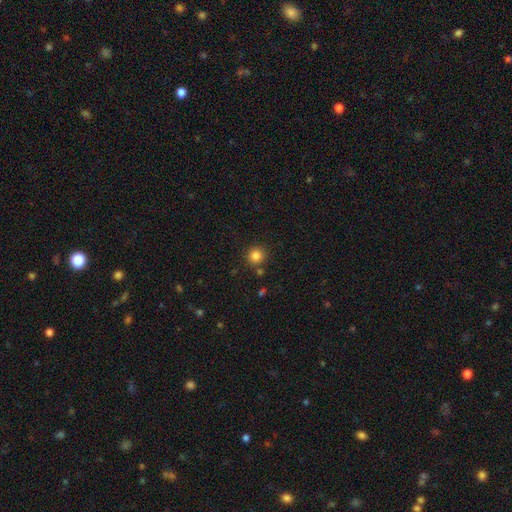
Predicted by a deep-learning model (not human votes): The model was most divided on "smooth or featured": smooth: 84%, star or artifact: 12%, featured or disk: 4%. More confident: how rounded — round (92%); merging — none (84%).